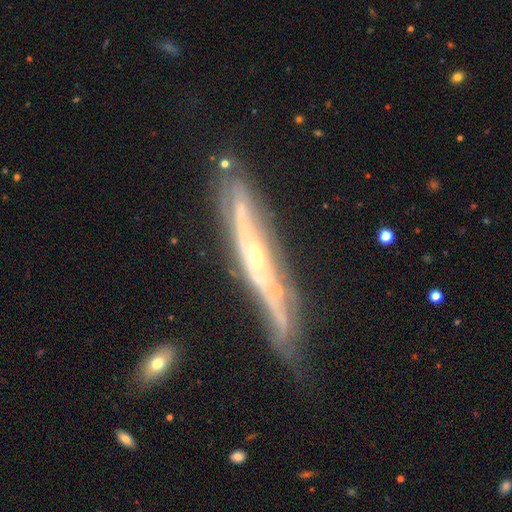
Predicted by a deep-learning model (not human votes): The model was most divided on "edge-on bulge": rounded: 57%, none: 39%, boxy: 4%. More confident: smooth or featured — featured or disk (81%); edge-on disk — yes (68%); merging — none (57%).